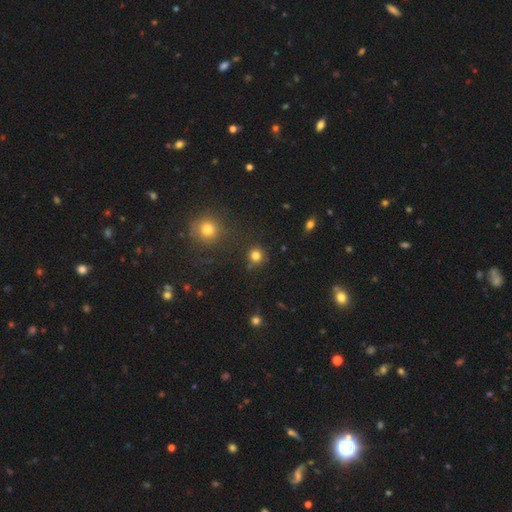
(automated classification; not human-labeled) Smooth or featured?
  - smooth: 79% *
  - star or artifact: 16%
  - featured or disk: 5%
How rounded?
  - round: 93% *
  - in between: 6%
  - cigar-shaped: 1%
Merging?
  - none: 84% *
  - minor disturbance: 8%
  - merger: 5%
  - major disturbance: 3%